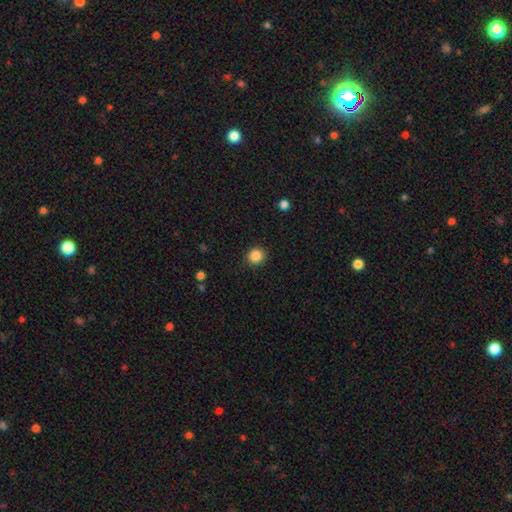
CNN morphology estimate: A smooth galaxy with no disk features (86%) that is round (92%).

Vote fractions:
- Smooth or featured? smooth: 86% / star or artifact: 11% / featured or disk: 3%
- How rounded? round: 92% / in between: 7% / cigar-shaped: 1%
- Merging? none: 91% / minor disturbance: 6% / major disturbance: 2% / merger: 1%